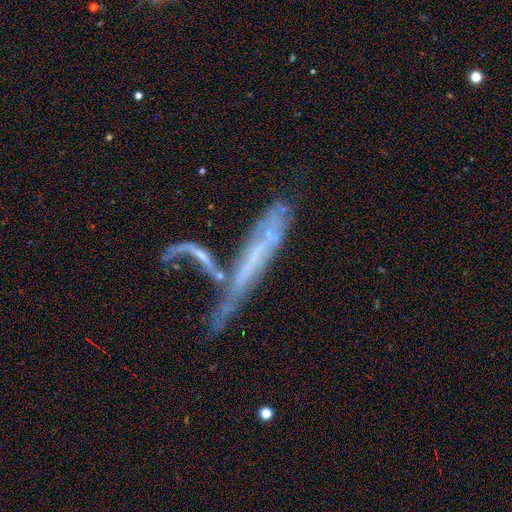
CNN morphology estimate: Overall: featured or disk (59%; smooth 28%). Edge-on disk: yes (55%; no 45%). Merging: merger (38%; none 25%).